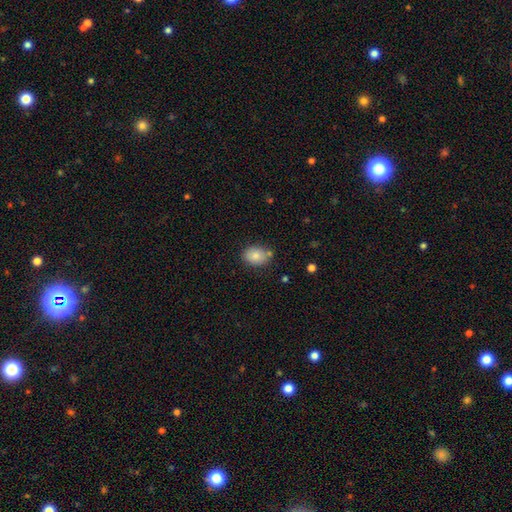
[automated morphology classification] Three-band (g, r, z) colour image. It shows a smooth galaxy with no disk features (82%) that is in between round and cigar-shaped (68%). Merging: none (74%).